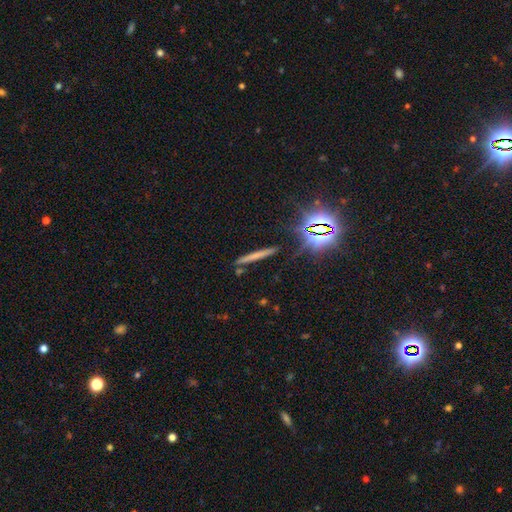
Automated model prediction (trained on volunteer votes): A smooth galaxy with no disk features (54%) that is cigar-shaped (93%). Merging: none (84%).